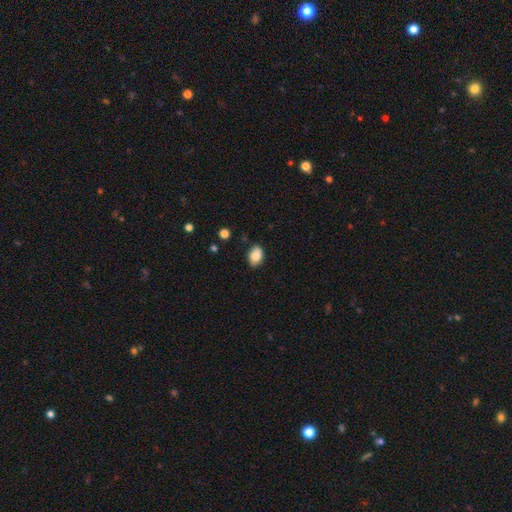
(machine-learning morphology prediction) smooth 85%, star or artifact 8%, featured or disk 7%. Down the decision tree: how rounded — in between (84%); merging — none (83%).